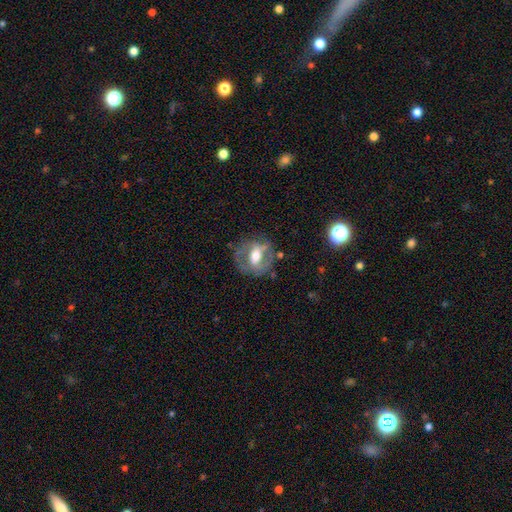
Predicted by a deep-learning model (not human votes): A featured or disk galaxy (62%) with a strong bar (40%), no spiral arms (54%) and a moderate central bulge (65%).

Vote fractions:
- Smooth or featured? featured or disk: 62% / smooth: 31% / star or artifact: 7%
- Edge-on disk? no: 91% / yes: 9%
- Bar? strong: 40% / weak: 36% / no: 24%
- Spiral arms? no: 54% / yes: 46%
- Bulge size? moderate: 65% / large: 20% / small: 12% / dominant: 2% / none: 1%
- Merging? none: 68% / minor disturbance: 19% / major disturbance: 10% / merger: 3%